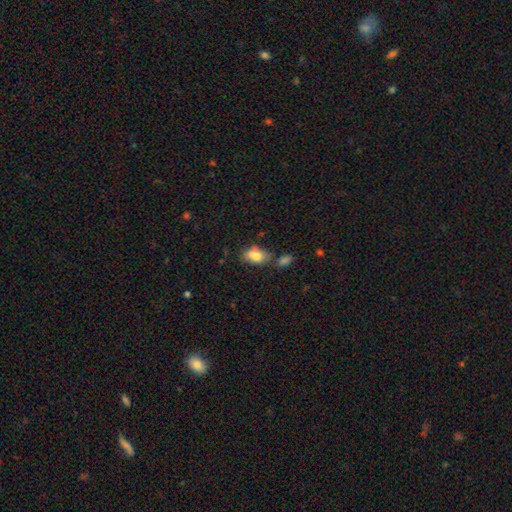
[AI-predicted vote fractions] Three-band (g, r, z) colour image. It shows a smooth galaxy with no disk features (78%) that is in between round and cigar-shaped (87%). Merging: none (46%).